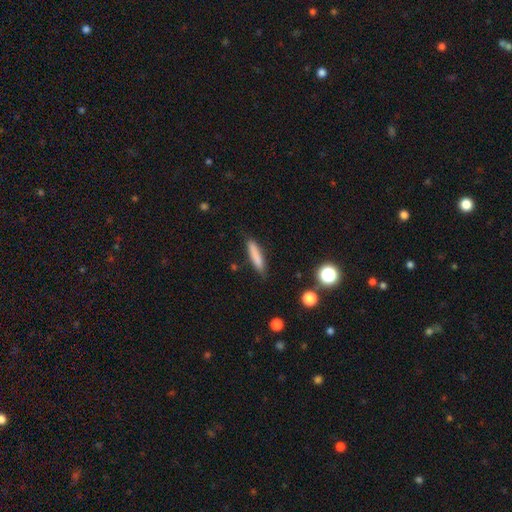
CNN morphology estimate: smooth-or-featured: smooth: 82% | featured or disk: 11% | star or artifact: 7%
  how-rounded: cigar-shaped: 83% | in between: 16% | round: 2%
  merging: none: 83% | minor disturbance: 13% | major disturbance: 2% | merger: 2%